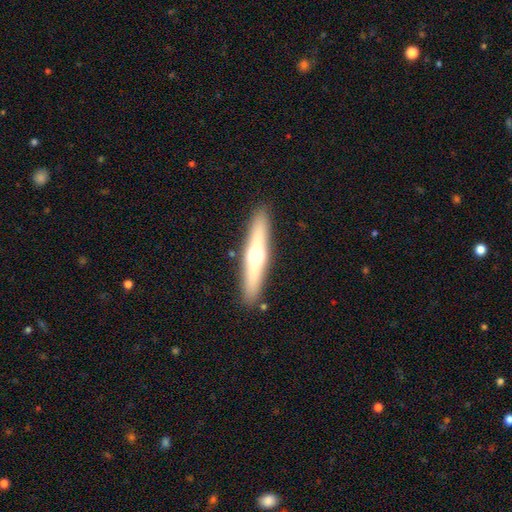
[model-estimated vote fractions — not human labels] This is possibly a featured or disk galaxy (54%). It is clearly viewed edge-on (93%). Merging: clearly none (90%).